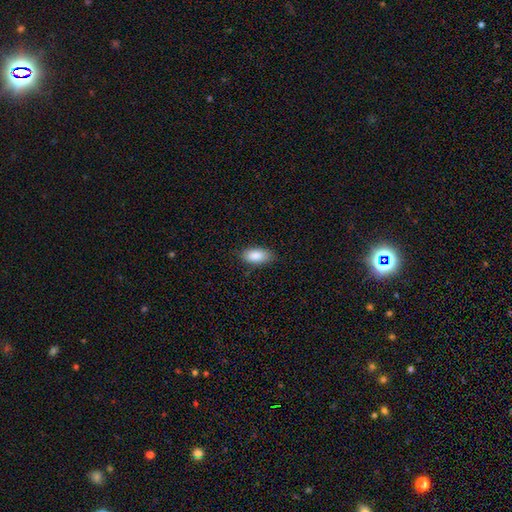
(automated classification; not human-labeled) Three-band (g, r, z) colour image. It shows a smooth galaxy with no disk features (88%) that is in between round and cigar-shaped (92%). Merging: none (83%).